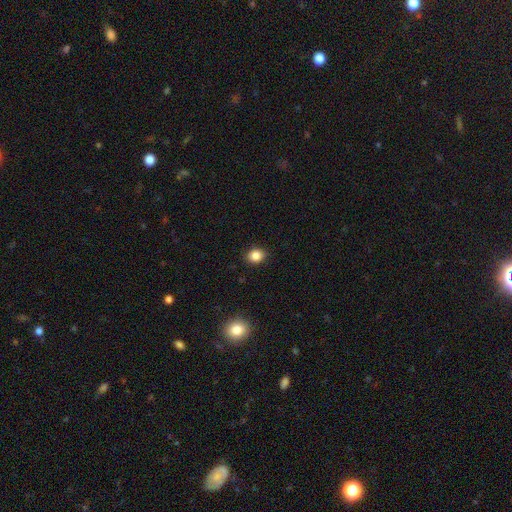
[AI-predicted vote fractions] smooth_or_featured: smooth (p=0.85) [alt: star or artifact p=0.11]
how_rounded: round (p=0.63) [alt: in between p=0.36]
merging: none (p=0.89) [alt: minor disturbance p=0.08]